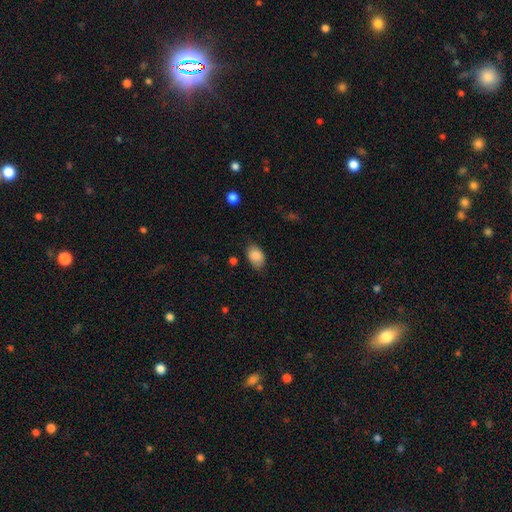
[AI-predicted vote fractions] Smooth or featured? smooth (86%)
How rounded? in between (86%)
Merging? none (74%)